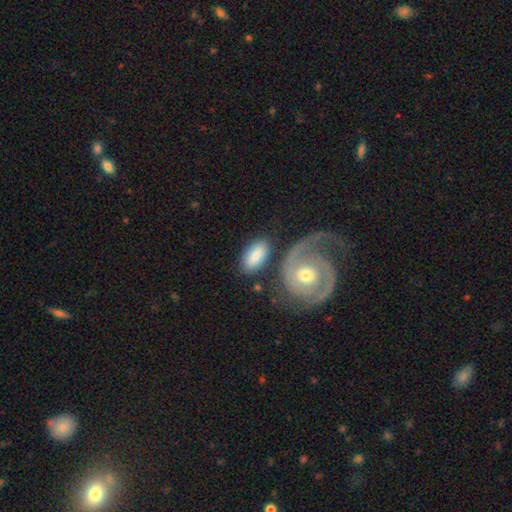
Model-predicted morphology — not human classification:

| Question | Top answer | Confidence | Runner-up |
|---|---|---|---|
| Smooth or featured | smooth | 78% | featured or disk (17%) |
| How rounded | in between | 93% | round (4%) |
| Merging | none | 67% | minor disturbance (15%) |